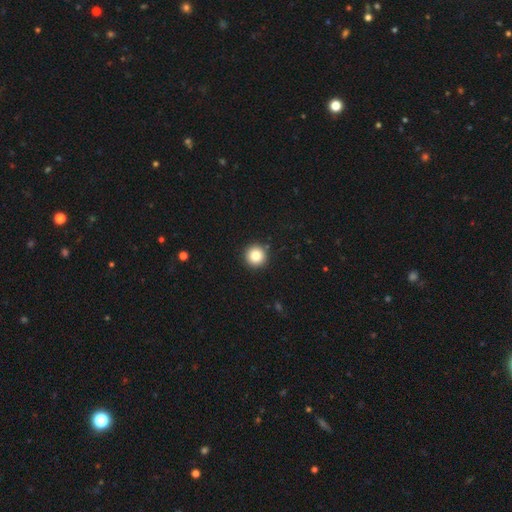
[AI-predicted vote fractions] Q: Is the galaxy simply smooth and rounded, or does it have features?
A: smooth — 83%.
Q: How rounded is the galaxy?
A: round — 96%.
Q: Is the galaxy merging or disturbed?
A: none — 92%.